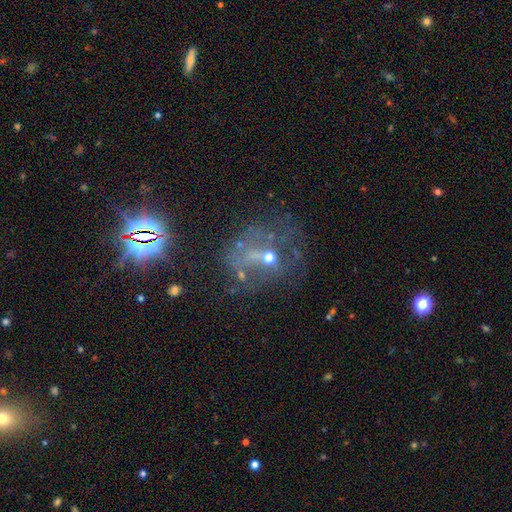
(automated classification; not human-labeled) A featured or disk galaxy (42%). Merging: none (45%).